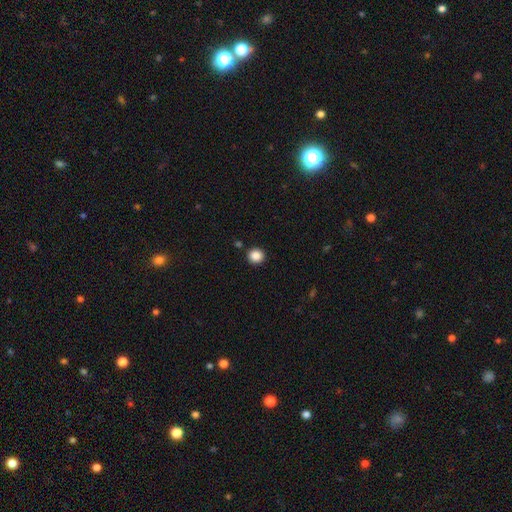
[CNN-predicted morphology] smooth-or-featured: smooth: 87% | star or artifact: 10% | featured or disk: 3%
  how-rounded: round: 89% | in between: 10% | cigar-shaped: 1%
  merging: none: 90% | minor disturbance: 6% | merger: 2% | major disturbance: 2%